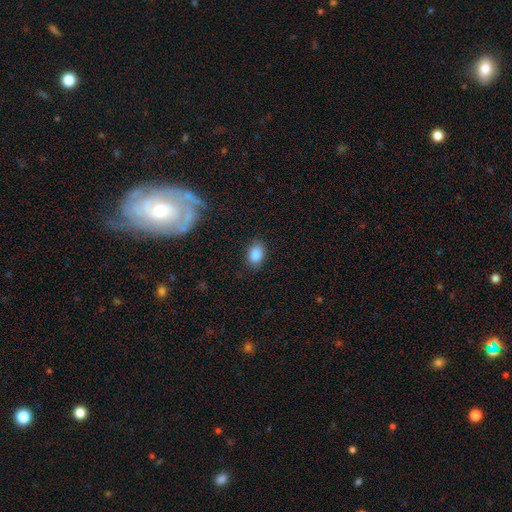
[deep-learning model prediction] Smooth or featured? Predicted: smooth (p=0.86). How rounded? Predicted: in between (p=0.77). Merging? Predicted: none (p=0.84).